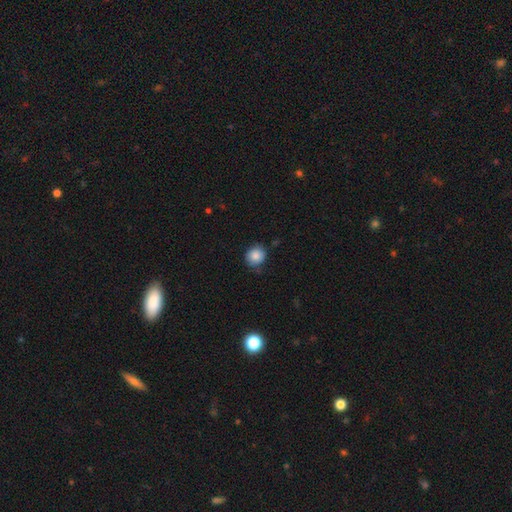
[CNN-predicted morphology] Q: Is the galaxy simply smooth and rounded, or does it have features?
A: smooth — 84%.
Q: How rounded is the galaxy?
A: round — 85%.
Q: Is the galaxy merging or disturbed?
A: none — 71%.